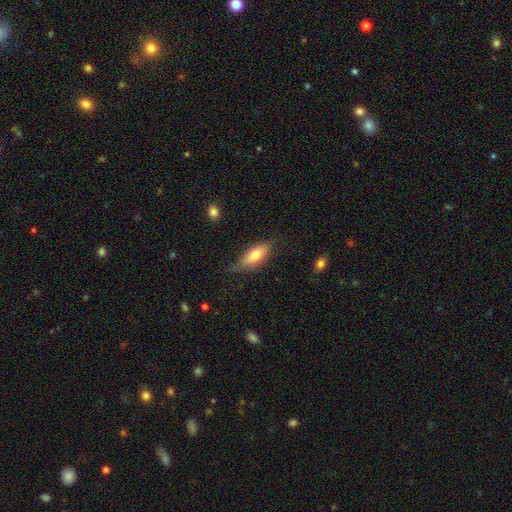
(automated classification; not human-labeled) A smooth galaxy with no disk features (70%) that is in between round and cigar-shaped (72%). Merging: none (65%).